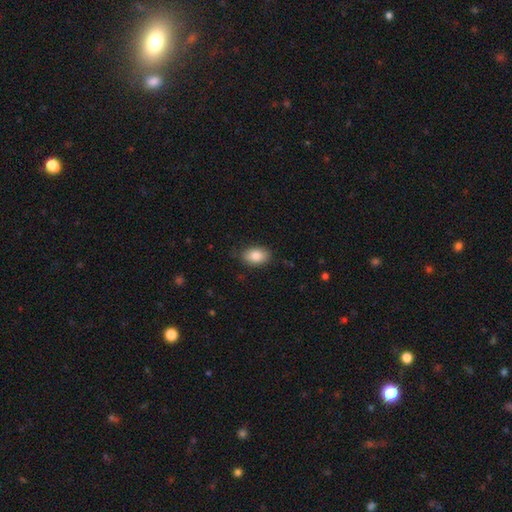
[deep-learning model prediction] Q: Smooth or featured?
A: smooth (86%); runner-up: star or artifact (7%)
Q: How rounded?
A: in between (86%); runner-up: round (12%)
Q: Merging?
A: none (83%); runner-up: minor disturbance (13%)